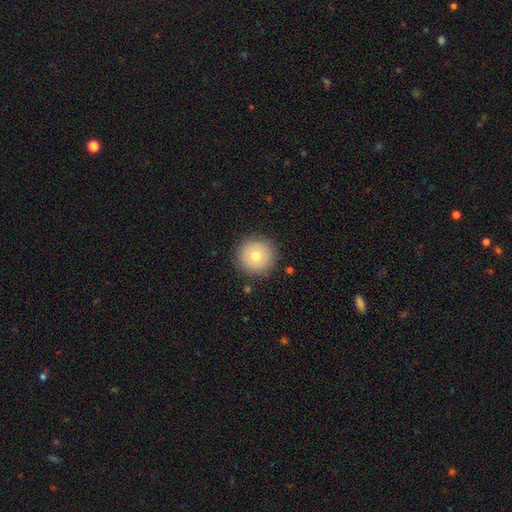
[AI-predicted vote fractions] The model was most divided on "smooth or featured": smooth: 76%, featured or disk: 15%, star or artifact: 9%. More confident: how rounded — round (96%); merging — none (89%).